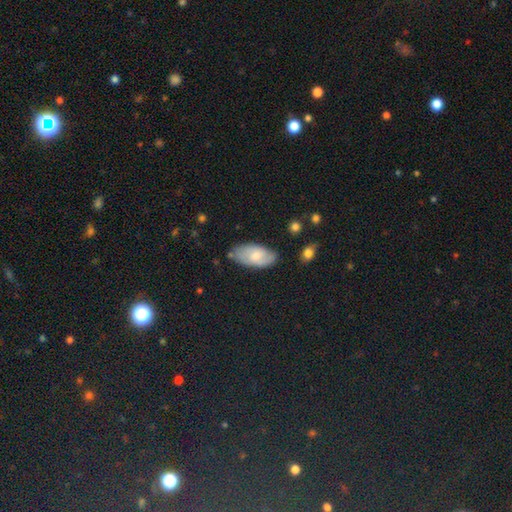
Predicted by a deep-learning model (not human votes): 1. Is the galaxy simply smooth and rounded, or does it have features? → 63% smooth, 30% featured or disk, 7% star or artifact.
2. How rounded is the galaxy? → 93% in between, 4% cigar-shaped, 2% round.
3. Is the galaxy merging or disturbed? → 70% none, 22% minor disturbance, 5% major disturbance, 3% merger.